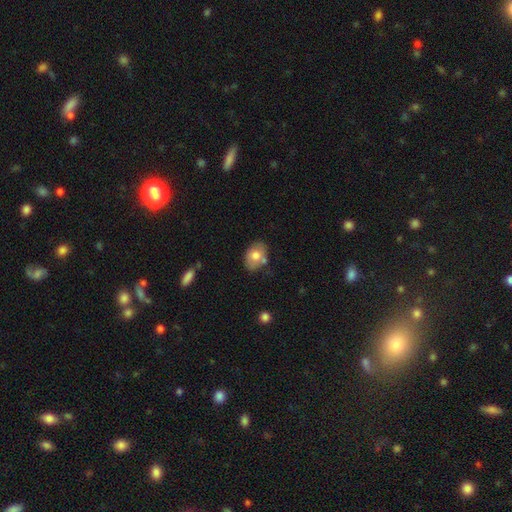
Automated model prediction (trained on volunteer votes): Morphology: type=smooth (73%); roundness=in between (75%); merging=none (65%).